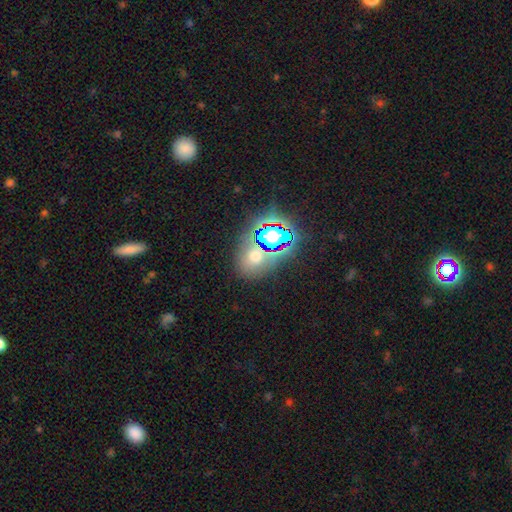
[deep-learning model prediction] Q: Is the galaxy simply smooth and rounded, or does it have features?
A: smooth — 49%.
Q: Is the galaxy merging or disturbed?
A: none — 71%.